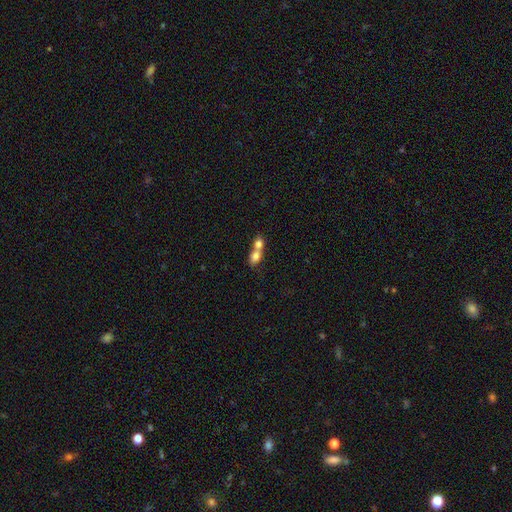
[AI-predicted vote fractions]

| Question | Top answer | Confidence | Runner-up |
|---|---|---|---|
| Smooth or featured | smooth | 76% | featured or disk (15%) |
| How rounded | in between | 55% | round (42%) |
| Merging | merger | 74% | none (18%) |